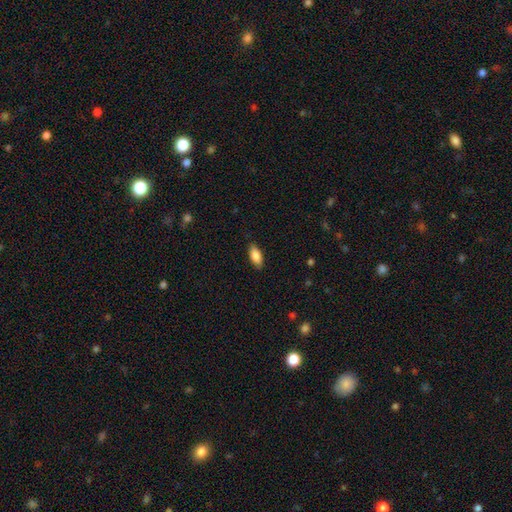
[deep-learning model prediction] Smooth or featured? smooth (86%)
How rounded? in between (85%)
Merging? none (86%)